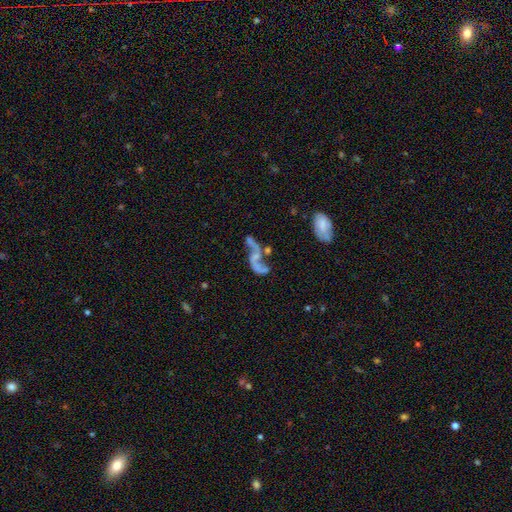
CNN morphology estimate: smooth-or-featured: featured or disk: 76% | smooth: 13% | star or artifact: 11%
  disk-edge-on: no: 94% | yes: 6%
    bar: no: 60% | weak: 29% | strong: 11%
    has-spiral-arms: yes: 81% | no: 19%
      spiral-winding: loose: 85% | medium: 11% | tight: 4%
      spiral-arm-count: 2: 85% | 1: 8% | can't tell: 4% | 3: 1% | 4: 1% | more than 4: 1%
    bulge-size: none: 50% | small: 36% | moderate: 12% | large: 2% | dominant: 1%
  merging: none: 38% | major disturbance: 24% | merger: 21% | minor disturbance: 17%